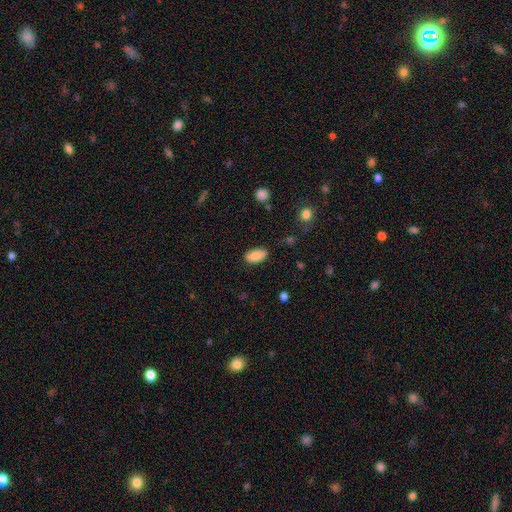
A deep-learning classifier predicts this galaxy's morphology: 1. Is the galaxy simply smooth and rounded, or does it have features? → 83% smooth, 10% featured or disk, 7% star or artifact.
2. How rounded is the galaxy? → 93% in between, 4% round, 3% cigar-shaped.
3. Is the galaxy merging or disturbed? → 83% none, 13% minor disturbance, 3% major disturbance, 1% merger.